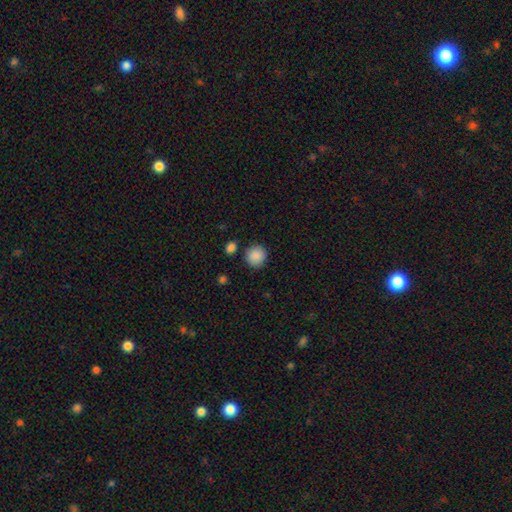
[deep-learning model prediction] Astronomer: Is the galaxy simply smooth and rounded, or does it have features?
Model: smooth — 89%.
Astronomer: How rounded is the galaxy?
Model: round — 92%.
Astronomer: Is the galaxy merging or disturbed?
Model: none — 85%.